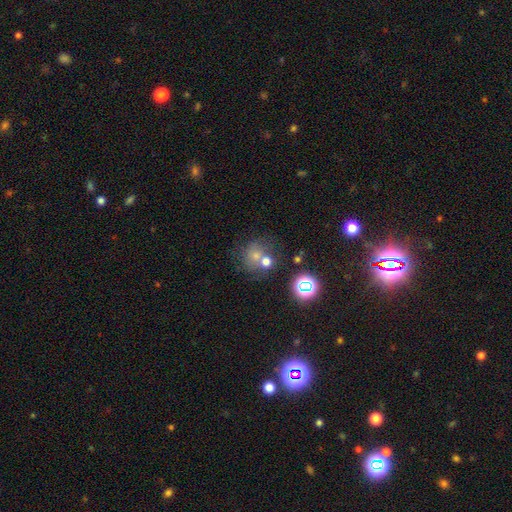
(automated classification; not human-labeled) Smooth or featured: smooth — 50% (star or artifact — 32%)
How rounded: round — 83% (in between — 16%)
Merging: none — 52% (merger — 29%)